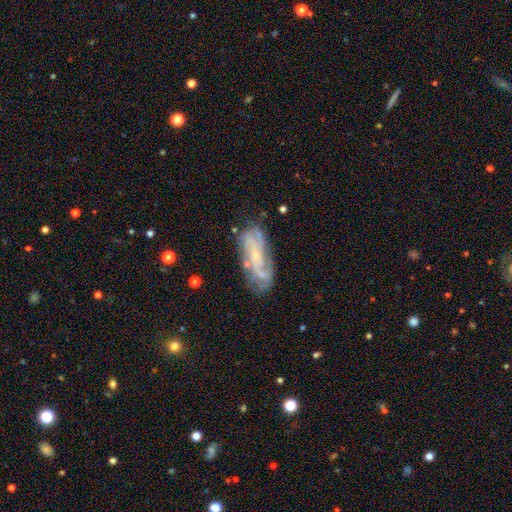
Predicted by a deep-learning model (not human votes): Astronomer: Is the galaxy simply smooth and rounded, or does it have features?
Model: featured or disk — 69%.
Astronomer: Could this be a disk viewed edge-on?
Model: no — 87%.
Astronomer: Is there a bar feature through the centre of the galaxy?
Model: no — 56% (runner-up: weak, 32%).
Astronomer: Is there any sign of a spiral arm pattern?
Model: yes — 80%.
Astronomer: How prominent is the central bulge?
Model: small — 65%.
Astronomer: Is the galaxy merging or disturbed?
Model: none — 65%.